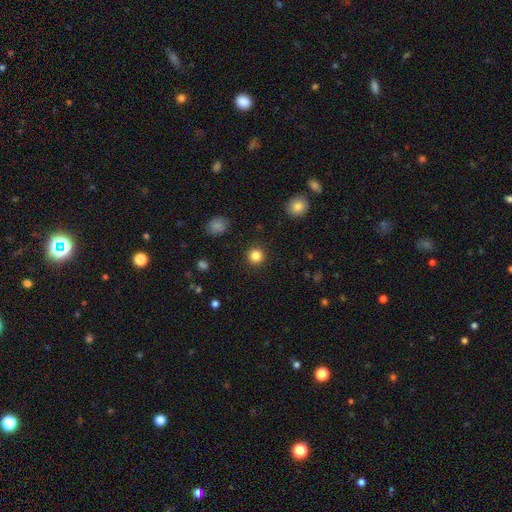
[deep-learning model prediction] This appears to be a smooth galaxy with no disk features (84%) that is round (94%). Merging: none (92%).